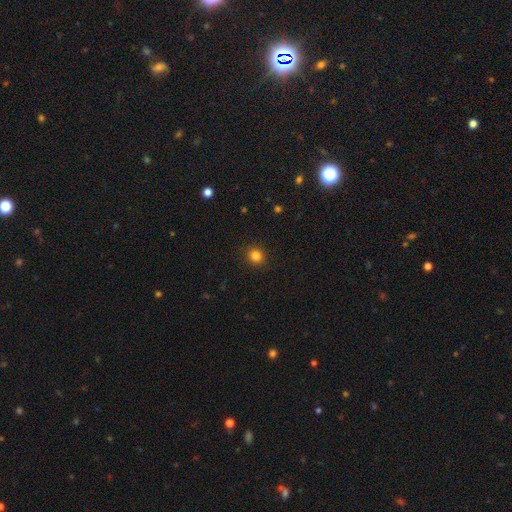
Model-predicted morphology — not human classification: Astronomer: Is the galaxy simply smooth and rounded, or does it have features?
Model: smooth — 83%.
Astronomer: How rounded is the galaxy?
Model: round — 89%.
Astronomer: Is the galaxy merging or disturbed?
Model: none — 91%.